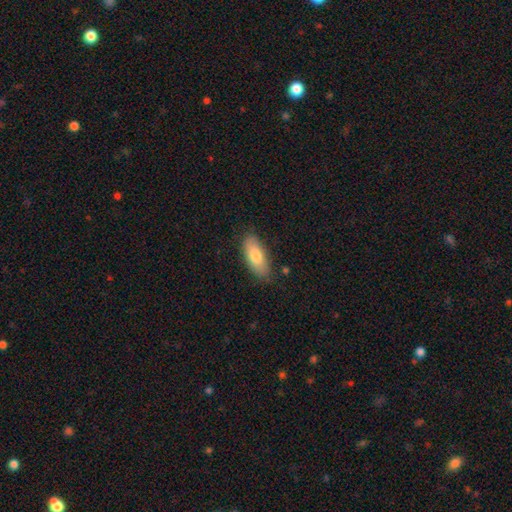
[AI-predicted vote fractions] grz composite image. It shows a smooth galaxy with no disk features (78%) that is in between round and cigar-shaped (82%). Merging: none (82%).